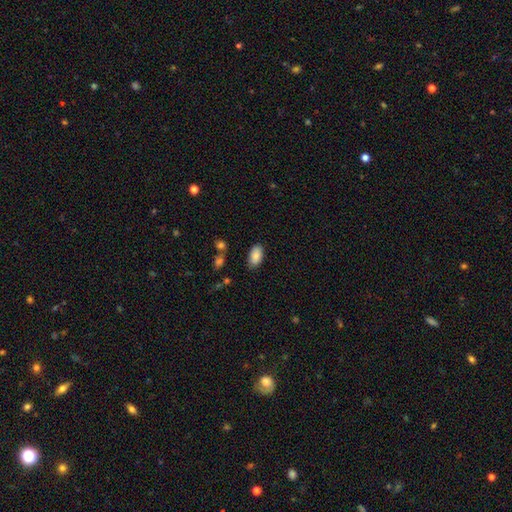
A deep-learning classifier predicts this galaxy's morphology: Smooth or featured: smooth — 86% (star or artifact — 7%)
How rounded: in between — 94% (round — 4%)
Merging: none — 83% (minor disturbance — 12%)